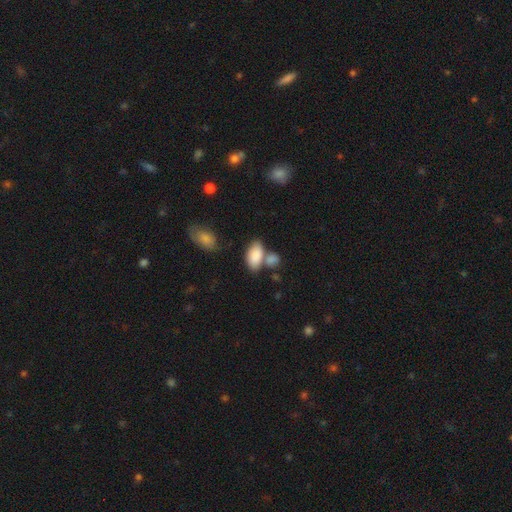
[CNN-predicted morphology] smooth-or-featured: smooth: 86% | featured or disk: 7% | star or artifact: 6%
  how-rounded: in between: 94% | round: 4% | cigar-shaped: 2%
  merging: none: 47% | merger: 34% | minor disturbance: 14% | major disturbance: 5%